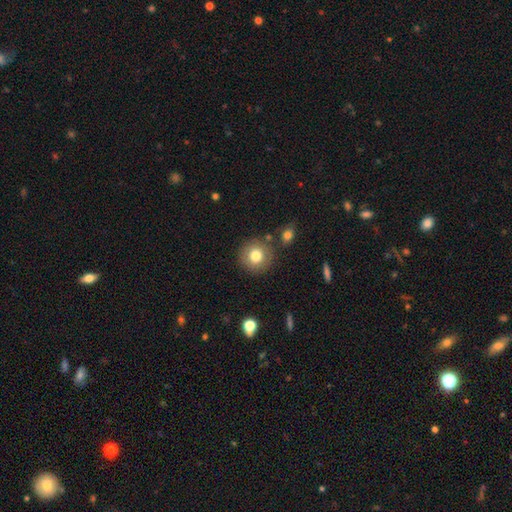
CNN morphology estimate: Smooth or featured: smooth — 78% (featured or disk — 13%)
How rounded: round — 93% (in between — 6%)
Merging: none — 83% (minor disturbance — 9%)